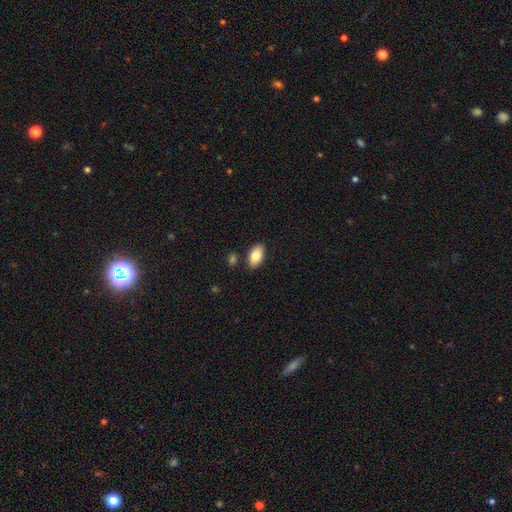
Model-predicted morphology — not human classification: Q: Smooth or featured?
A: smooth (83%); runner-up: featured or disk (10%)
Q: How rounded?
A: in between (93%); runner-up: round (4%)
Q: Merging?
A: none (85%); runner-up: minor disturbance (9%)